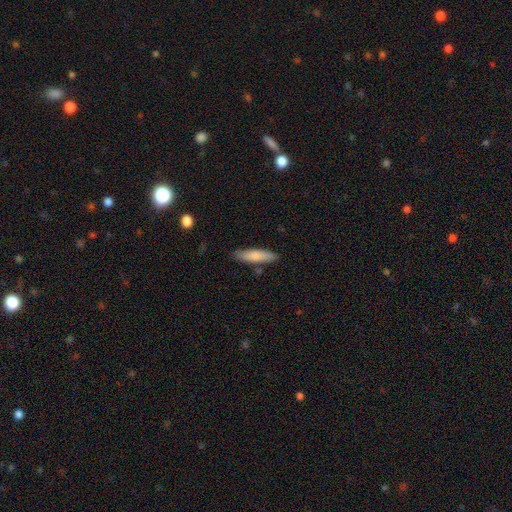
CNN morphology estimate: type=smooth (80%); roundness=cigar-shaped (68%); merging=none (84%).